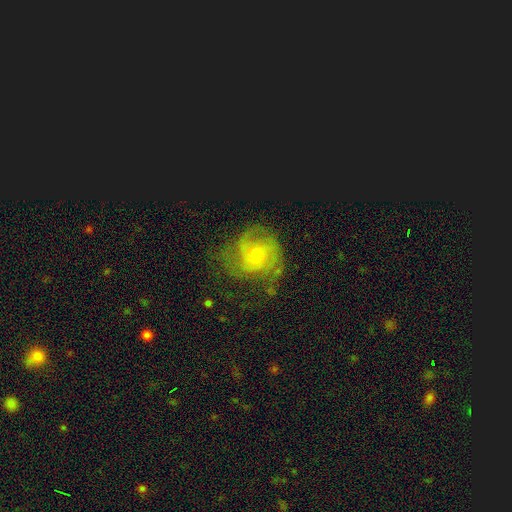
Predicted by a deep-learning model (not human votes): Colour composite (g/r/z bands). It shows a featured or disk galaxy (75%) with no bar (67%), 2 (37%) medium (44%) spiral arms (92%) and a small central bulge (65%). Merging: none (60%).